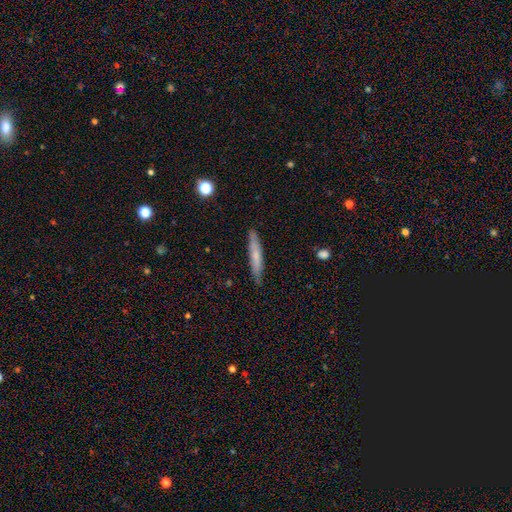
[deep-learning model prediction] Smooth or featured? Predicted: smooth (p=0.64). How rounded? Predicted: cigar-shaped (p=0.93). Merging? Predicted: none (p=0.87).